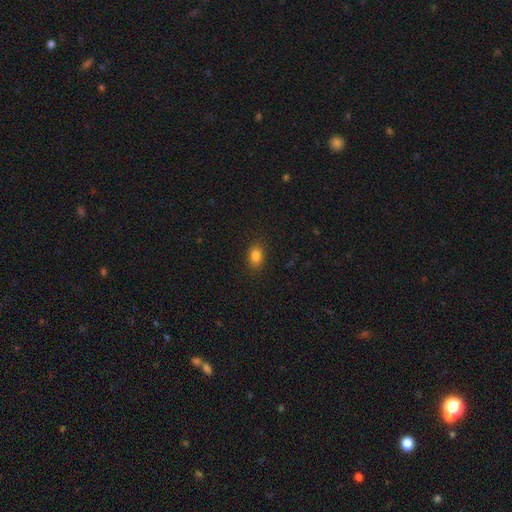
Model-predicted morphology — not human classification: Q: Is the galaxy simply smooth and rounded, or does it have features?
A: smooth — 83%.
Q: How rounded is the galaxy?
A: in between — 78%.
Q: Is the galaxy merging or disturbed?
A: none — 88%.